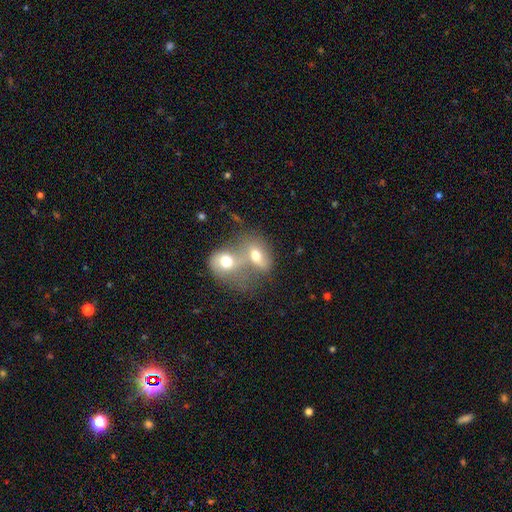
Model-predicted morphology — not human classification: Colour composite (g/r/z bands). It shows a smooth galaxy with no disk features (65%) that is in between round and cigar-shaped (61%). Merging: merger (77%).